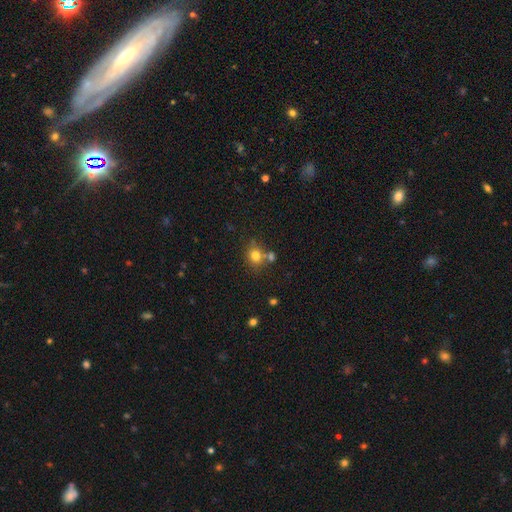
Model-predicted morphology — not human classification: Q: Smooth or featured?
A: smooth (77%); runner-up: star or artifact (14%)
Q: How rounded?
A: round (75%); runner-up: in between (24%)
Q: Merging?
A: none (62%); runner-up: merger (22%)